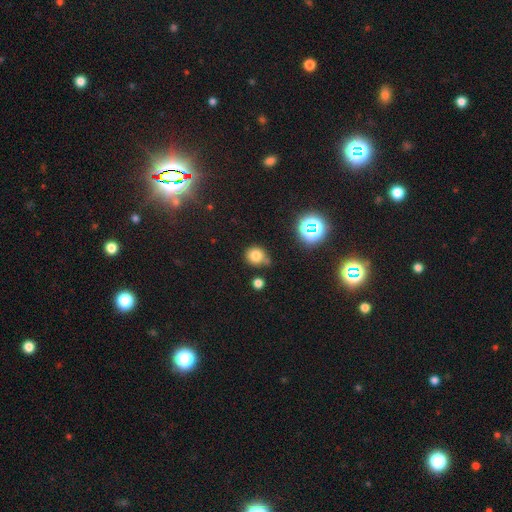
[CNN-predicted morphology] Smooth or featured? Predicted: smooth (p=0.75). How rounded? Predicted: round (p=0.78). Merging? Predicted: none (p=0.61).